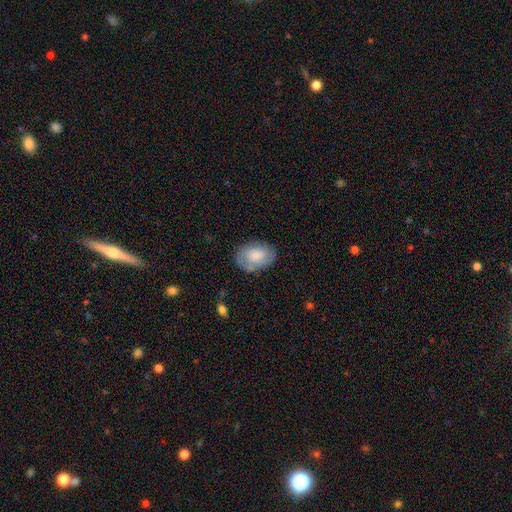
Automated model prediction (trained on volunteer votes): This appears to be a smooth galaxy with no disk features (69%) that is in between round and cigar-shaped (84%). Merging: none (73%).